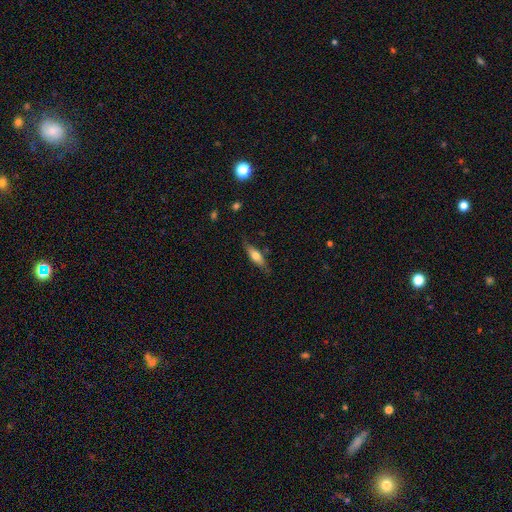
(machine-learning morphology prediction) Q: Smooth or featured?
A: smooth (61%); runner-up: featured or disk (32%)
Q: How rounded?
A: cigar-shaped (50%); runner-up: in between (48%)
Q: Merging?
A: none (75%); runner-up: minor disturbance (19%)